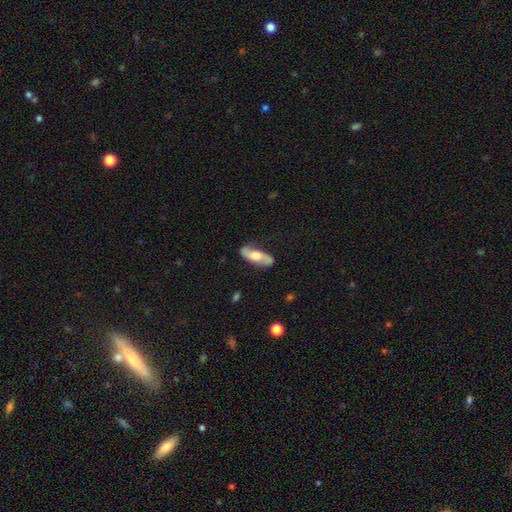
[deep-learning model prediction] Smooth or featured: featured or disk — 54% (smooth — 41%)
Edge-on disk: no — 76% (yes — 24%)
Merging: none — 75% (minor disturbance — 17%)